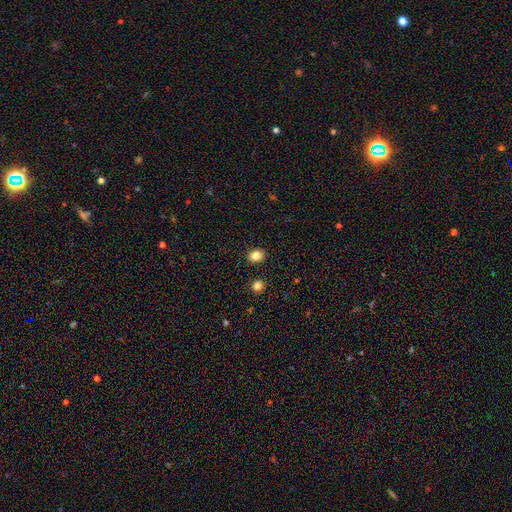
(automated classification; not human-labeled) smooth 84%, star or artifact 11%, featured or disk 5%. Down the decision tree: how rounded — round (57%); merging — none (89%).